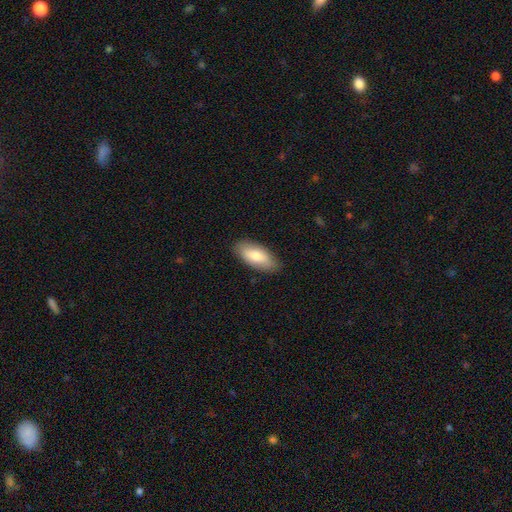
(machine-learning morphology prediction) This appears to be a smooth galaxy with no disk features (73%) that is in between round and cigar-shaped (84%). Merging: none (84%).